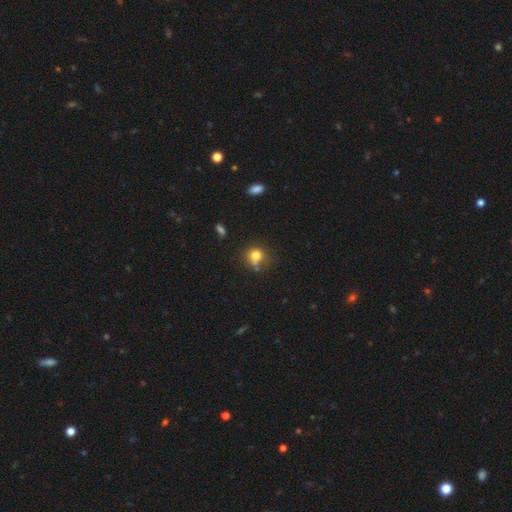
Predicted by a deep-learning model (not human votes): A smooth galaxy with no disk features (76%) that is round (78%).

Vote fractions:
- Smooth or featured? smooth: 76% / star or artifact: 13% / featured or disk: 11%
- How rounded? round: 78% / in between: 21% / cigar-shaped: 1%
- Merging? none: 57% / minor disturbance: 19% / merger: 16% / major disturbance: 7%